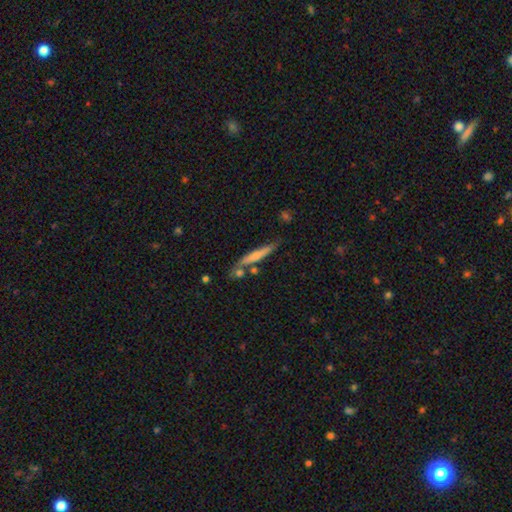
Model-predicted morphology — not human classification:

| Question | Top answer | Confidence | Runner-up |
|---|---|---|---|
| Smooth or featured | smooth | 57% | featured or disk (37%) |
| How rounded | cigar-shaped | 92% | in between (6%) |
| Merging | none | 68% | minor disturbance (16%) |